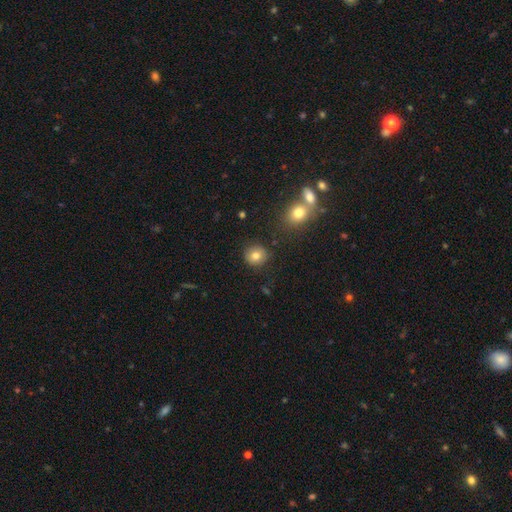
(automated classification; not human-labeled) This is likely a smooth galaxy (79%). How rounded: clearly round (88%). Merging: clearly none (87%).